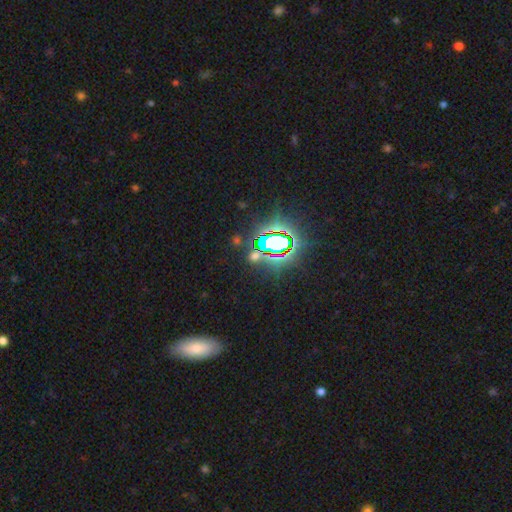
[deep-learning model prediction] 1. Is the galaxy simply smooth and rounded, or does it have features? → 70% star or artifact, 21% smooth, 9% featured or disk.